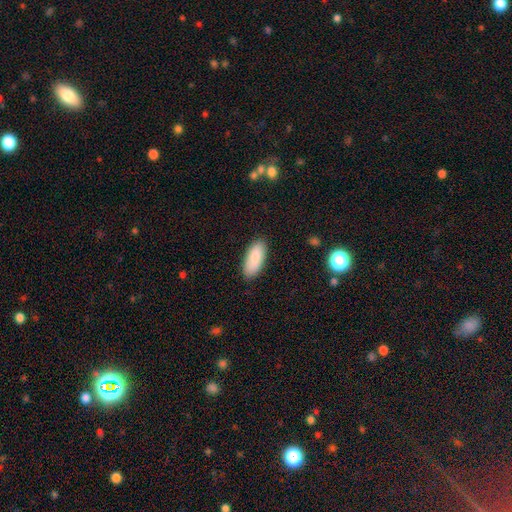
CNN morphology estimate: smooth 88%, featured or disk 6%, star or artifact 6%. Down the decision tree: how rounded — in between (84%); merging — none (86%).